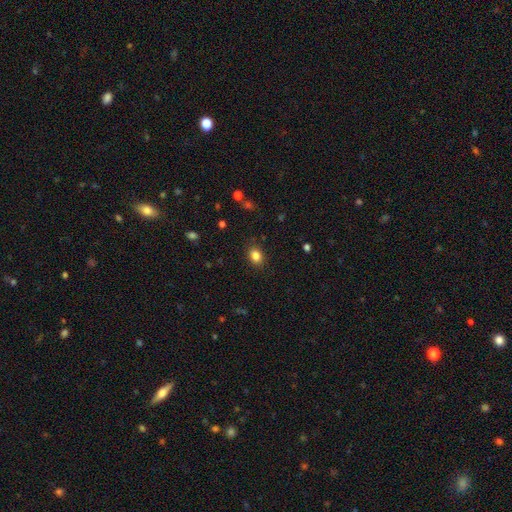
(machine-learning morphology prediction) Smooth or featured? Predicted: smooth (p=0.84). How rounded? Predicted: in between (p=0.60). Merging? Predicted: none (p=0.87).